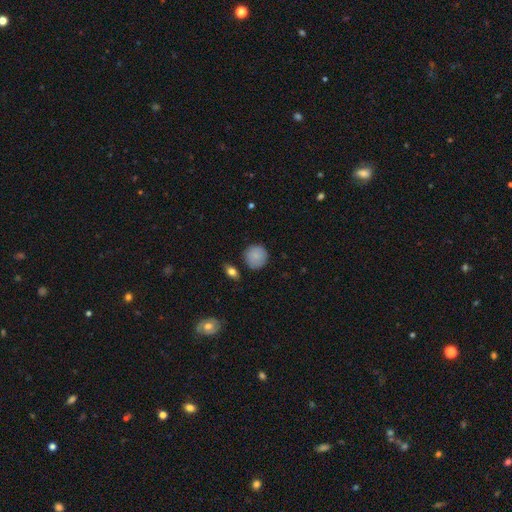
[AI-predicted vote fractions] The model was most divided on "merging": none: 81%, minor disturbance: 14%, major disturbance: 3%, merger: 3%. More confident: how rounded — round (91%); smooth or featured — smooth (85%).